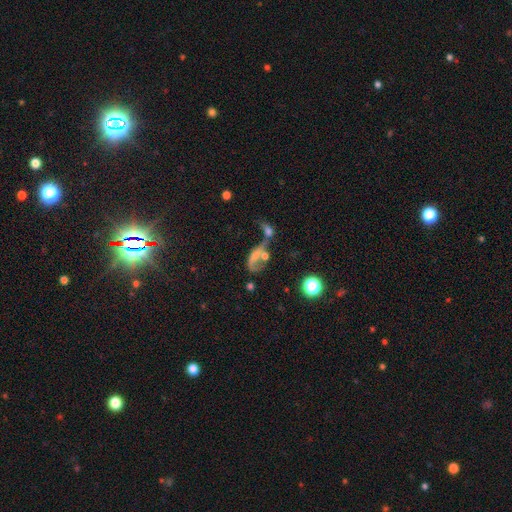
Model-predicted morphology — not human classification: featured or disk 44%, smooth 40%, star or artifact 17%. Down the decision tree: merging — merger (48%).